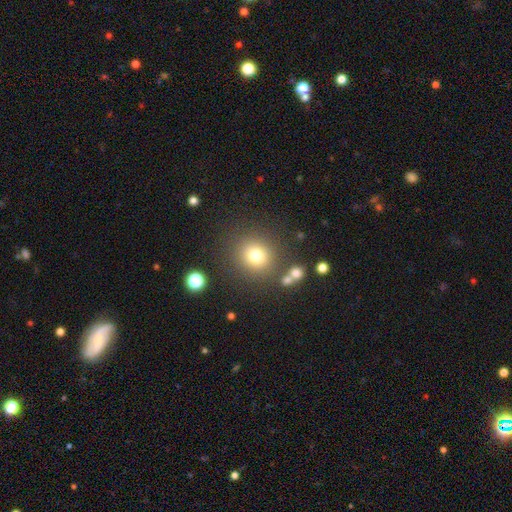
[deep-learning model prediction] A smooth galaxy with no disk features (77%) that is round (90%). Merging: none (82%).